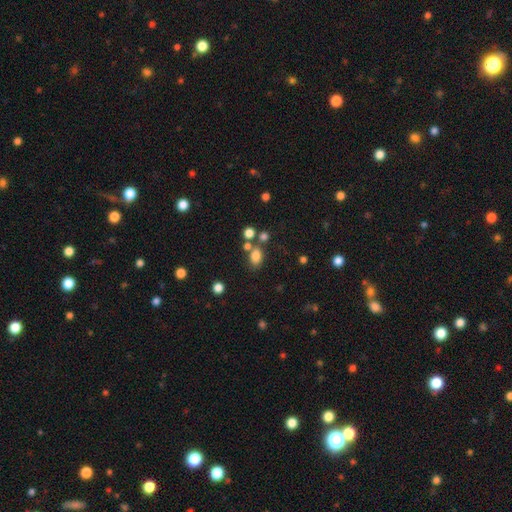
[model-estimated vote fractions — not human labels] Smooth or featured?
  - smooth: 79% *
  - star or artifact: 13%
  - featured or disk: 8%
How rounded?
  - in between: 77% *
  - round: 21%
  - cigar-shaped: 2%
Merging?
  - none: 63% *
  - merger: 18%
  - minor disturbance: 14%
  - major disturbance: 5%